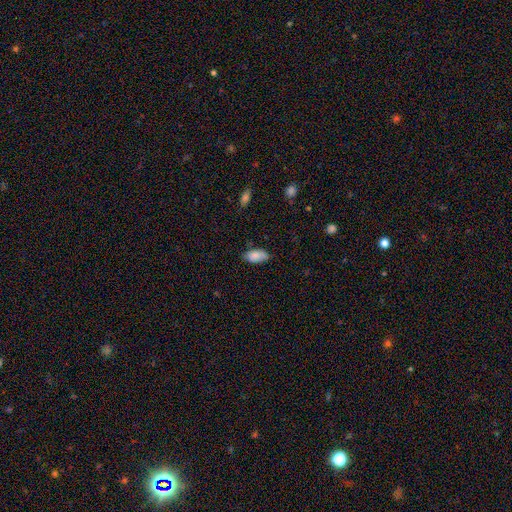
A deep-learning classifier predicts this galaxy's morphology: Overall: smooth (84%). How rounded: in between (94%). Merging: none (72%).